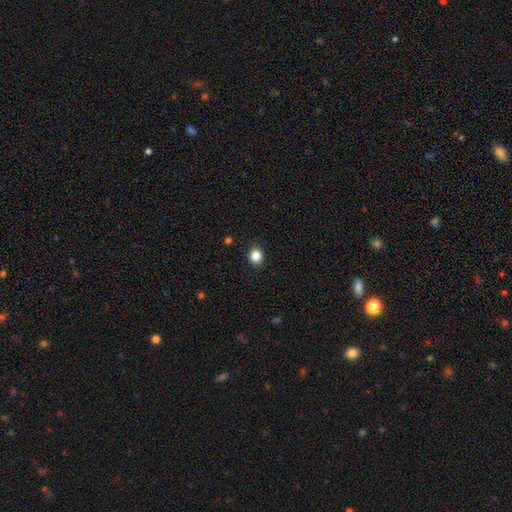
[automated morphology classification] smooth 85%, star or artifact 11%, featured or disk 4%. Down the decision tree: how rounded — round (77%); merging — none (91%).